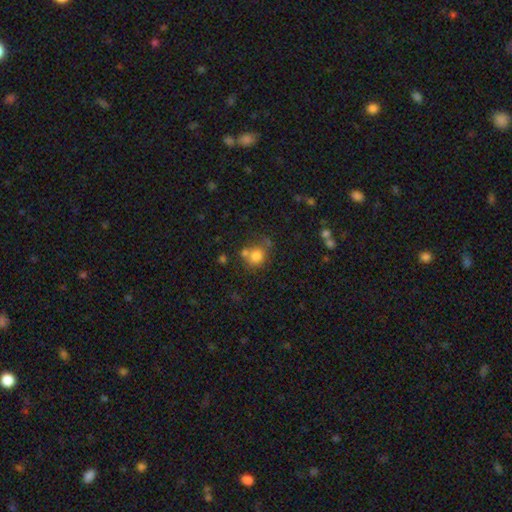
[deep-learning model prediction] Smooth or featured? smooth (78%)
How rounded? round (79%)
Merging? none (52%)